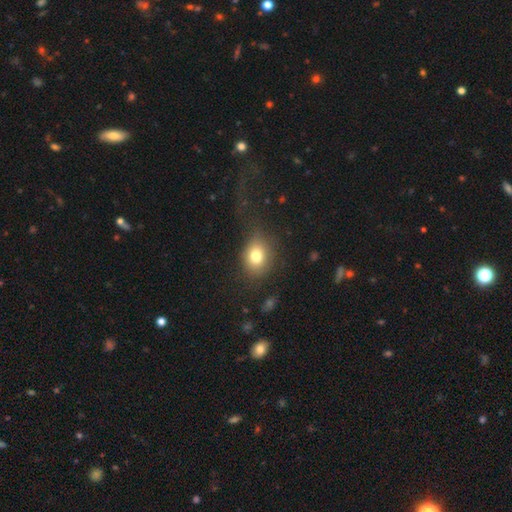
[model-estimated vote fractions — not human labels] Overall: smooth (77%). How rounded: in between (52%; round 47%). Merging: none (64%).